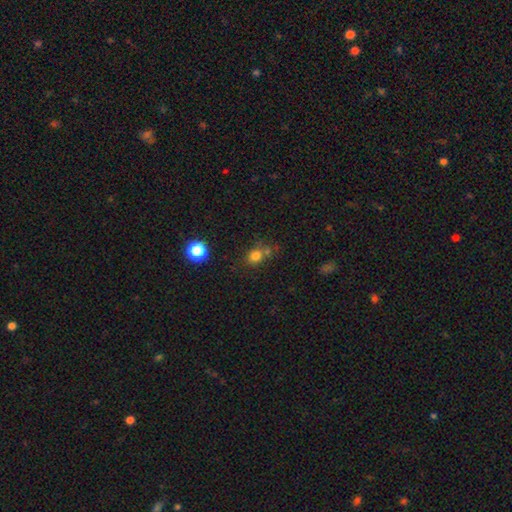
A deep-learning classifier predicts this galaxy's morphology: Smooth or featured?
  - smooth: 77% *
  - star or artifact: 16%
  - featured or disk: 8%
How rounded?
  - round: 63% *
  - in between: 36%
  - cigar-shaped: 1%
Merging?
  - none: 60% *
  - merger: 20%
  - minor disturbance: 15%
  - major disturbance: 6%